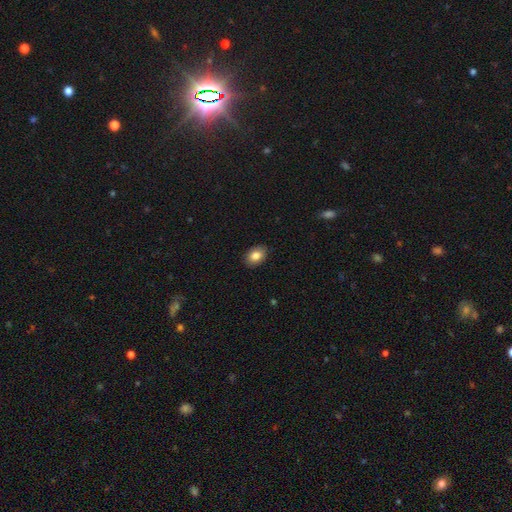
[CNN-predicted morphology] The model was most divided on "how rounded": in between: 79%, round: 20%, cigar-shaped: 1%. More confident: merging — none (88%); smooth or featured — smooth (84%).